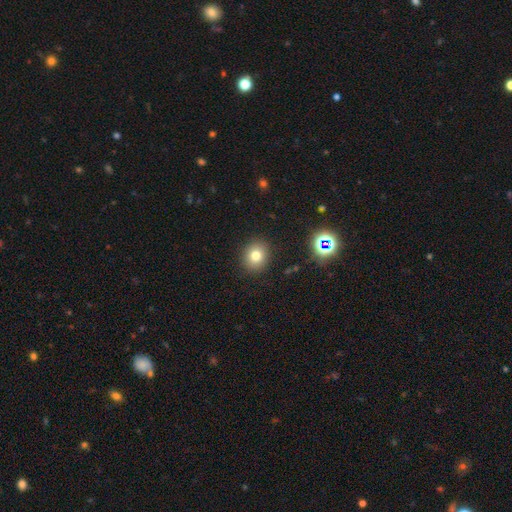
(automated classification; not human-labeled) smooth_or_featured: smooth (p=0.76) [alt: star or artifact p=0.15]
how_rounded: round (p=0.78) [alt: in between p=0.21]
merging: none (p=0.89) [alt: minor disturbance p=0.07]